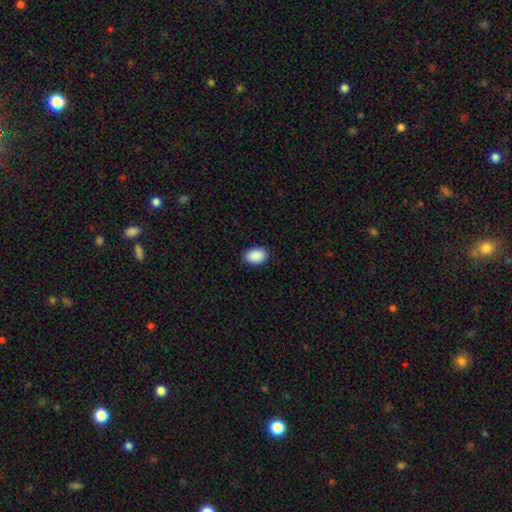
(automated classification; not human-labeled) Morphology: type=smooth (91%); roundness=in between (86%); merging=none (89%).